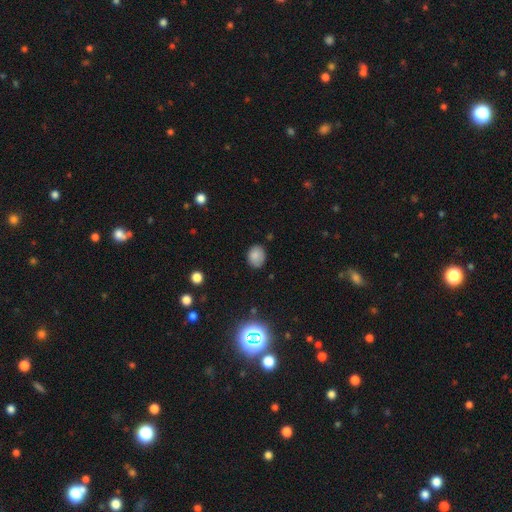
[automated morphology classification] This appears to be a smooth galaxy with no disk features (81%) that is in between round and cigar-shaped (55%). Merging: none (79%).